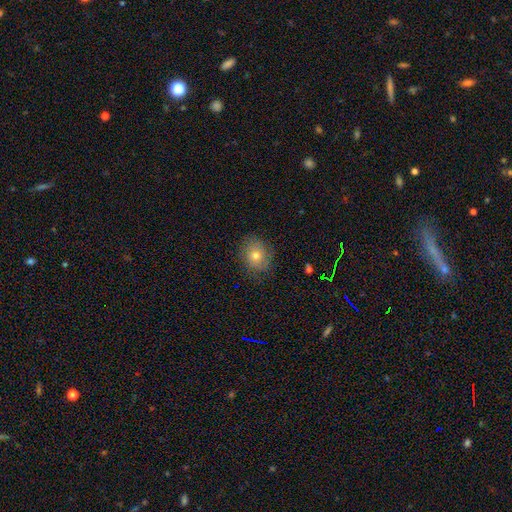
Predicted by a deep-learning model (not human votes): This is possibly a smooth galaxy (59%). How rounded: likely round (69%). Merging: likely none (80%).